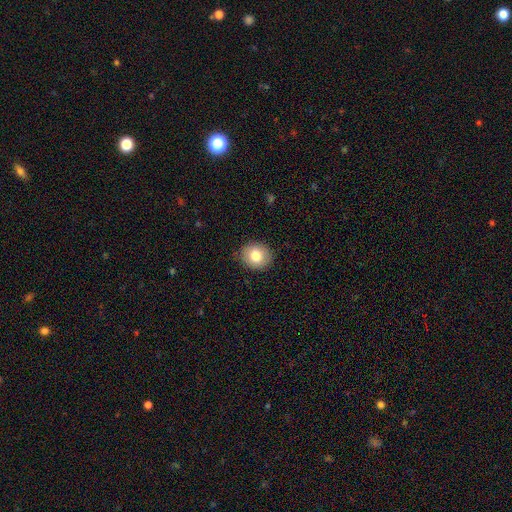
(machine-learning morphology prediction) This appears to be a smooth galaxy with no disk features (80%) that is round (71%). Merging: none (88%).